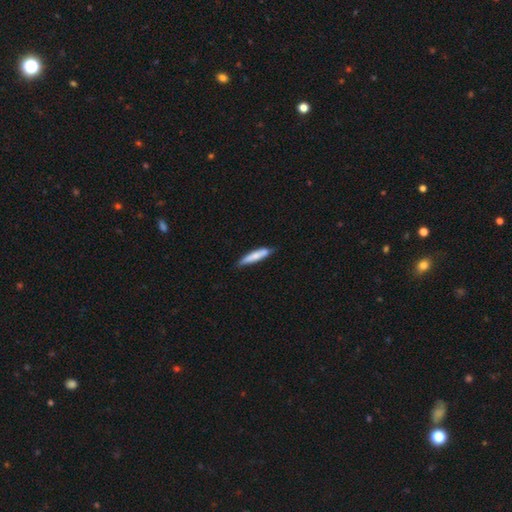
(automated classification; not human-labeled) A smooth galaxy with no disk features (74%) that is cigar-shaped (85%). Merging: none (77%).